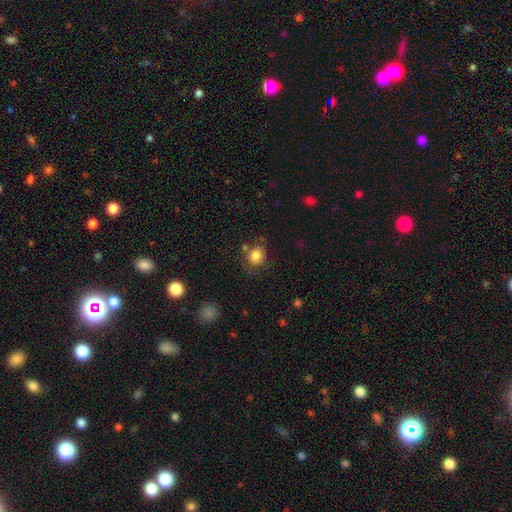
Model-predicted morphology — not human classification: The model was most divided on "how rounded": round: 73%, in between: 26%, cigar-shaped: 1%. More confident: smooth or featured — smooth (84%); merging — none (73%).